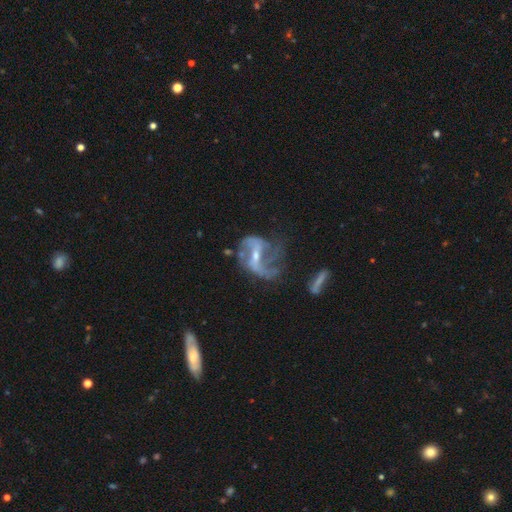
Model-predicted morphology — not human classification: The model was most divided on "bar": weak: 42%, strong: 37%, no: 20%. Remaining: edge-on disk — no (97%); spiral arms — yes (91%); smooth or featured — featured or disk (85%); spiral arm count — 2 (72%); bulge size — small (61%); spiral winding — loose (59%); merging — none (40%).